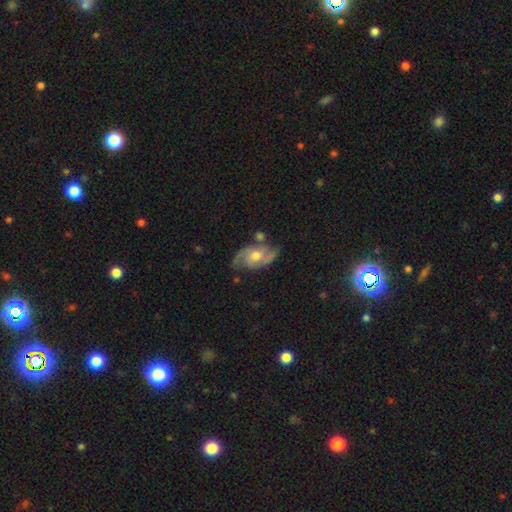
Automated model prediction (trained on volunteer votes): smooth-or-featured: featured or disk: 80% | smooth: 14% | star or artifact: 6%
  disk-edge-on: no: 96% | yes: 4%
    bar: no: 57% | weak: 36% | strong: 7%
    has-spiral-arms: yes: 93% | no: 7%
      spiral-winding: medium: 49% | tight: 26% | loose: 24%
      spiral-arm-count: 2: 79% | can't tell: 8% | 3: 7% | 1: 2% | 4: 2% | more than 4: 2%
    bulge-size: moderate: 69% | small: 22% | large: 6% | none: 2% | dominant: 1%
  merging: none: 64% | minor disturbance: 21% | major disturbance: 8% | merger: 7%